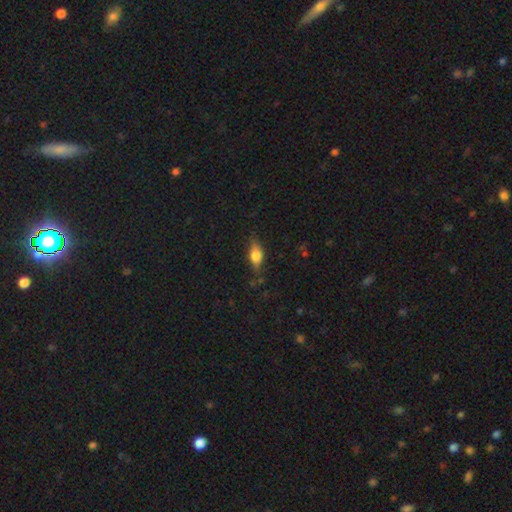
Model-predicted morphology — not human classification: Smooth or featured: smooth — 68% (featured or disk — 23%)
How rounded: in between — 78% (cigar-shaped — 16%)
Merging: none — 75% (minor disturbance — 19%)